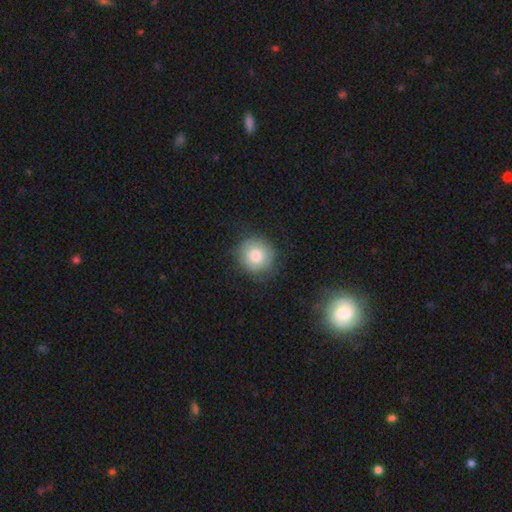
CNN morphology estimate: Smooth or featured? Predicted: smooth (p=0.76). How rounded? Predicted: round (p=0.92). Merging? Predicted: none (p=0.79).